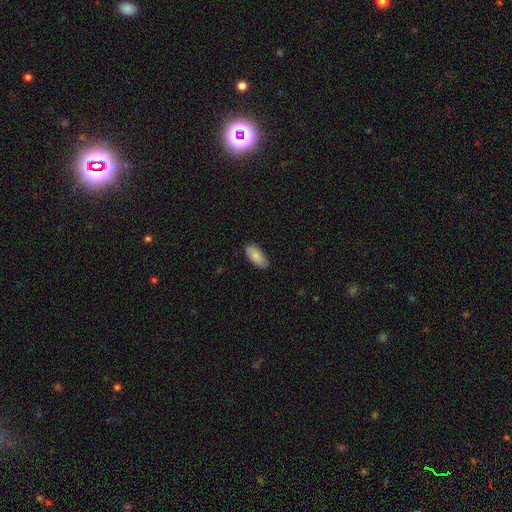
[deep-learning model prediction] Smooth or featured? smooth (87%)
How rounded? in between (92%)
Merging? none (87%)